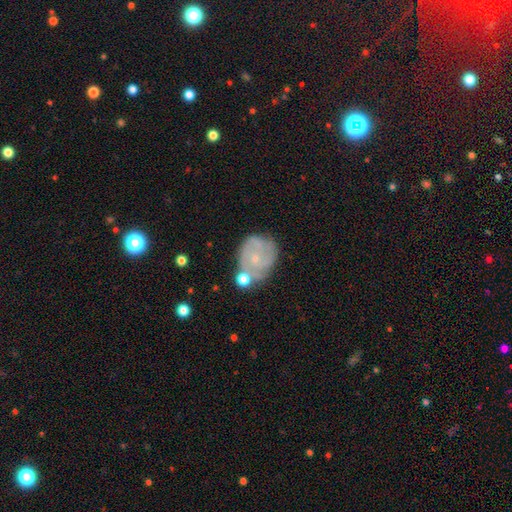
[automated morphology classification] Smooth or featured?
  - featured or disk: 68% *
  - smooth: 24%
  - star or artifact: 8%
Edge-on disk?
  - no: 97% *
  - yes: 3%
Bar?
  - no: 76% *
  - weak: 20%
  - strong: 3%
Spiral arms?
  - yes: 84% *
  - no: 16%
Spiral winding?
  - tight: 55% *
  - medium: 34%
  - loose: 12%
Spiral arm count?
  - can't tell: 36% *
  - 3: 23%
  - 2: 23%
  - 4: 8%
  - 1: 5%
  - more than 4: 5%
Bulge size?
  - small: 79% *
  - moderate: 15%
  - none: 5%
  - large: 1%
  - dominant: 1%
Merging?
  - none: 59% *
  - minor disturbance: 21%
  - merger: 12%
  - major disturbance: 8%